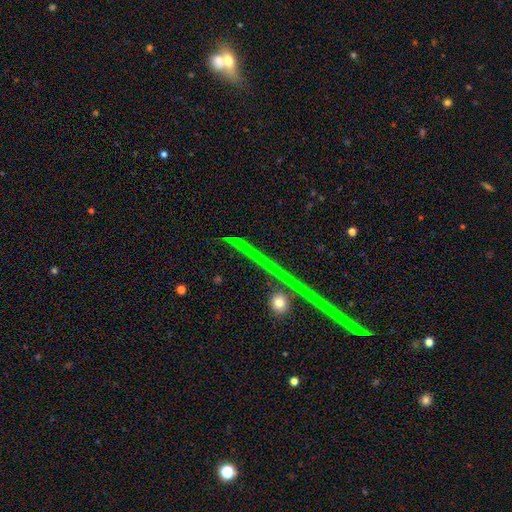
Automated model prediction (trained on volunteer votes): This is possibly a star or artifact rather than a galaxy (51%).